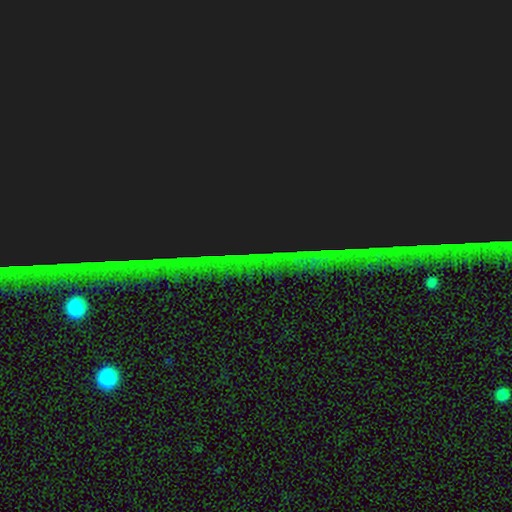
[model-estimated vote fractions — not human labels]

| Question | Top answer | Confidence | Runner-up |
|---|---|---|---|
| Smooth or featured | star or artifact | 83% | featured or disk (9%) |